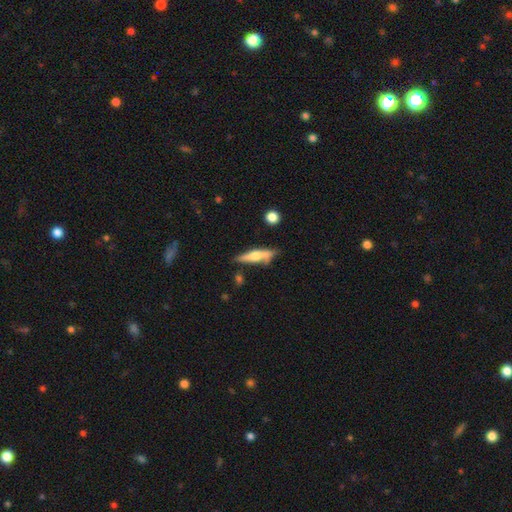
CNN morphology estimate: The model was most divided on "smooth or featured": featured or disk: 50%, smooth: 43%, star or artifact: 7%. More confident: edge-on disk — yes (87%); merging — none (59%).